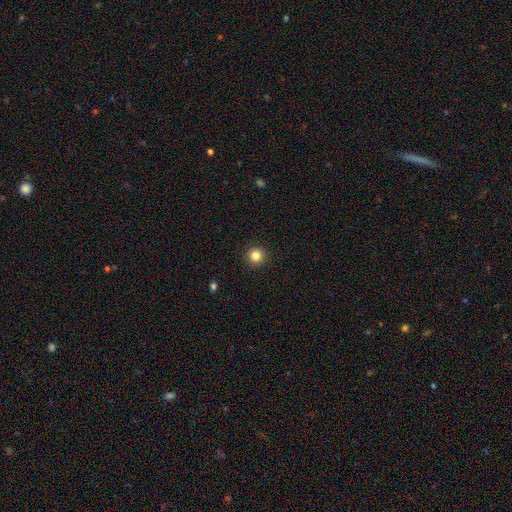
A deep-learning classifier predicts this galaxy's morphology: smooth-or-featured: smooth: 84% | star or artifact: 12% | featured or disk: 5%
  how-rounded: round: 95% | in between: 4% | cigar-shaped: 1%
  merging: none: 93% | minor disturbance: 4% | major disturbance: 2% | merger: 1%